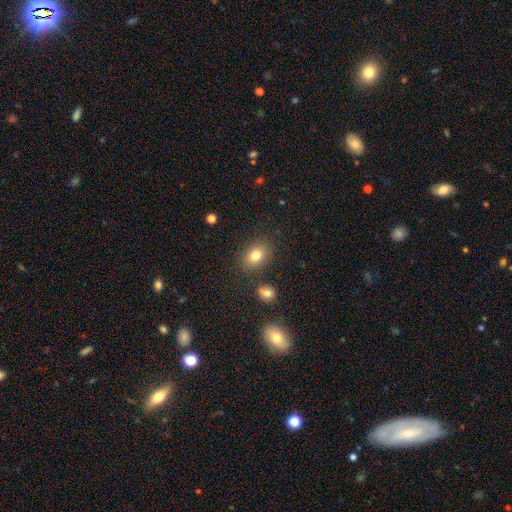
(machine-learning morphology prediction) Smooth or featured? Predicted: smooth (p=0.80). How rounded? Predicted: in between (p=0.74). Merging? Predicted: none (p=0.80).